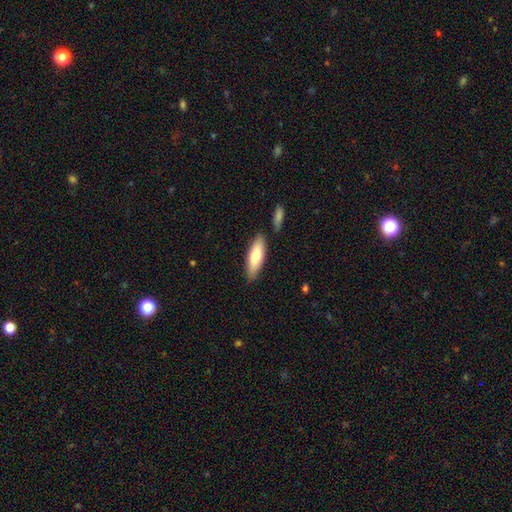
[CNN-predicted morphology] A smooth galaxy with no disk features (76%) that is in between round and cigar-shaped (55%).

Vote fractions:
- Smooth or featured? smooth: 76% / featured or disk: 19% / star or artifact: 5%
- How rounded? in between: 55% / cigar-shaped: 43% / round: 2%
- Merging? none: 82% / minor disturbance: 11% / merger: 5% / major disturbance: 2%